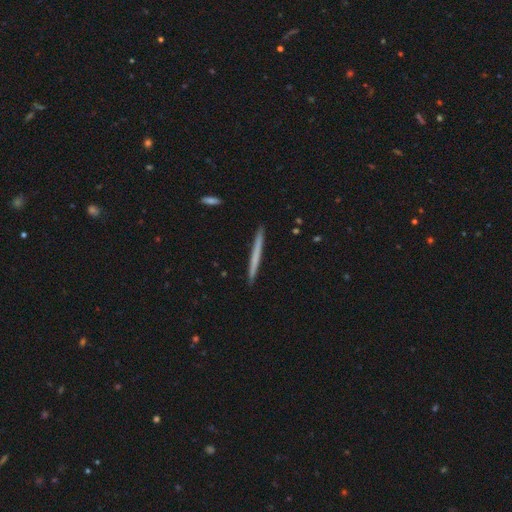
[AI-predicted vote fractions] Overall: smooth (56%; featured or disk 38%). How rounded: cigar-shaped (97%). Merging: none (92%).